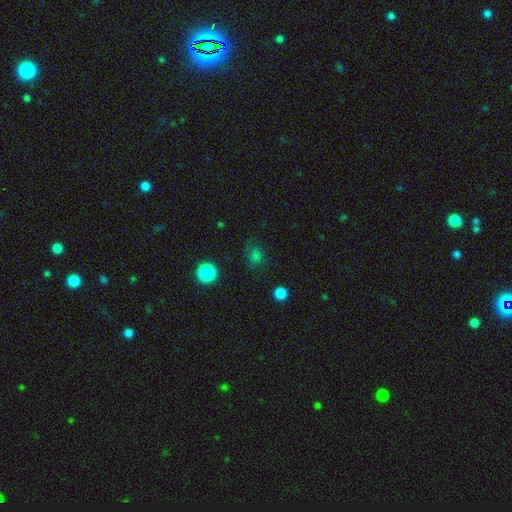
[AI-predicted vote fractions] smooth_or_featured: smooth (p=0.64) [alt: star or artifact p=0.26]
how_rounded: round (p=0.62) [alt: in between p=0.36]
merging: none (p=0.67) [alt: minor disturbance p=0.20]